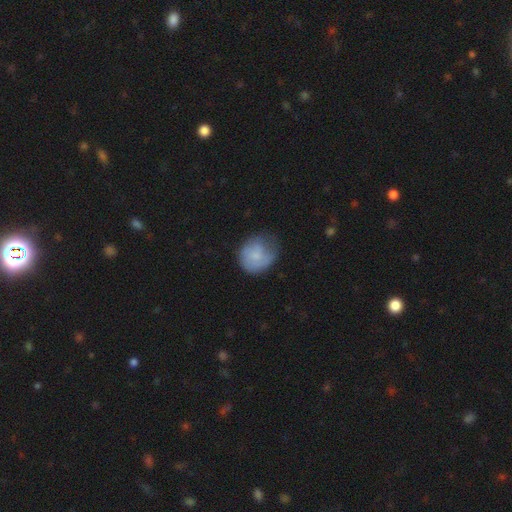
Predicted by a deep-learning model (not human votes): Smooth or featured?
  - smooth: 68% *
  - featured or disk: 25%
  - star or artifact: 7%
How rounded?
  - round: 73% *
  - in between: 26%
  - cigar-shaped: 1%
Merging?
  - none: 43% *
  - minor disturbance: 34%
  - major disturbance: 21%
  - merger: 2%